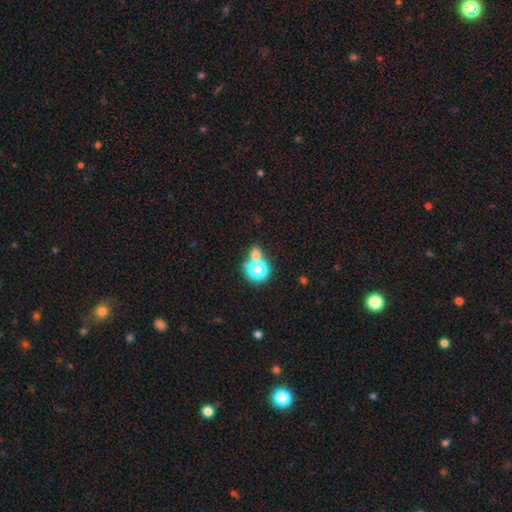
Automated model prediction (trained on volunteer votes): A smooth galaxy with no disk features (60%) that is round (69%). Merging: none (54%).